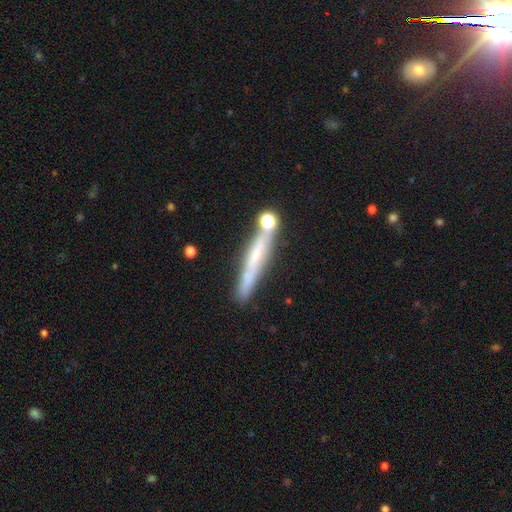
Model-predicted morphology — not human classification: smooth_or_featured: featured or disk (p=0.50) [alt: smooth p=0.39]
disk_edge_on: yes (p=0.85) [alt: no p=0.15]
merging: none (p=0.66) [alt: minor disturbance p=0.15]